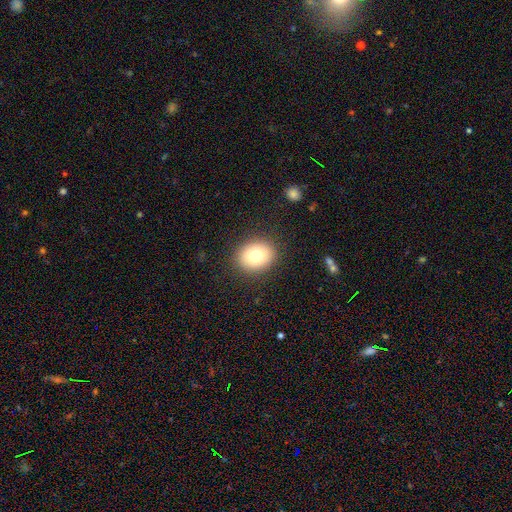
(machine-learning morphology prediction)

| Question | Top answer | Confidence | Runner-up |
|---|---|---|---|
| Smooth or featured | smooth | 79% | featured or disk (11%) |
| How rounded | round | 55% | in between (44%) |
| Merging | none | 88% | minor disturbance (8%) |